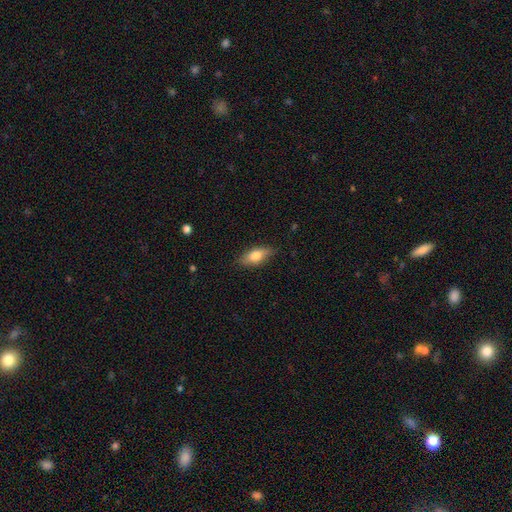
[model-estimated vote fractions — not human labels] A smooth galaxy with no disk features (75%) that is in between round and cigar-shaped (79%).

Vote fractions:
- Smooth or featured? smooth: 75% / featured or disk: 19% / star or artifact: 7%
- How rounded? in between: 79% / cigar-shaped: 17% / round: 4%
- Merging? none: 81% / minor disturbance: 15% / major disturbance: 3% / merger: 1%